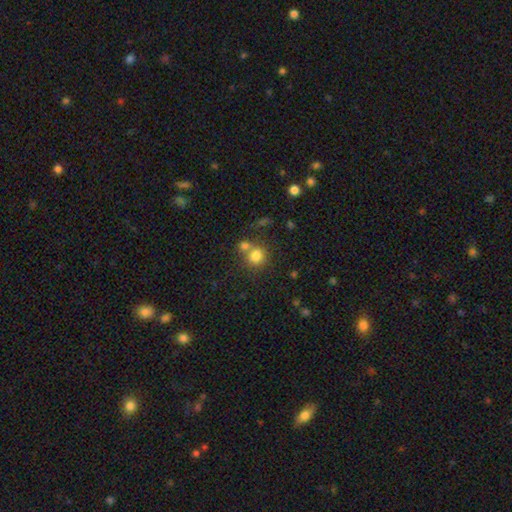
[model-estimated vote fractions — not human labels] Overall: smooth (79%). How rounded: round (84%). Merging: none (52%; merger 35%).